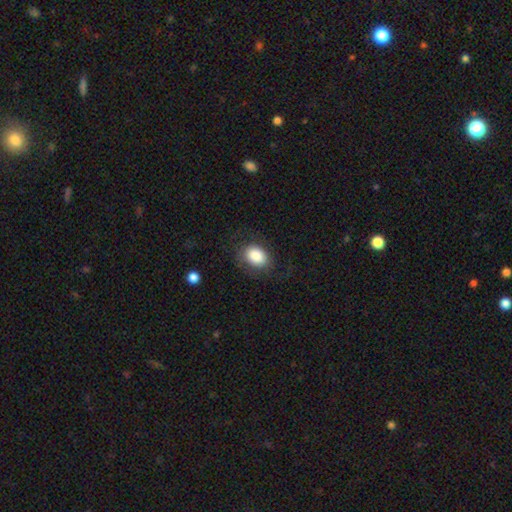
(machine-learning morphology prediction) Overall: smooth (84%). How rounded: in between (70%). Merging: none (71%).